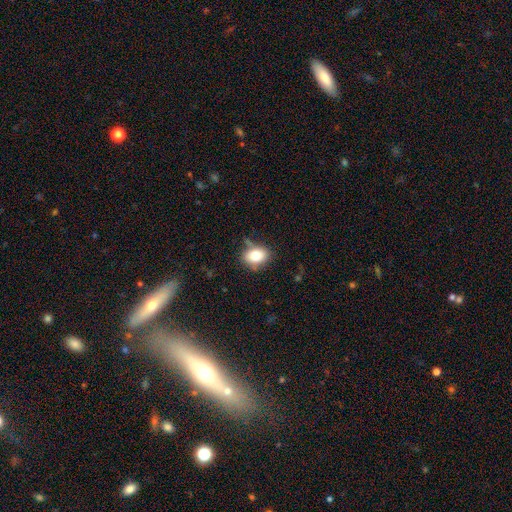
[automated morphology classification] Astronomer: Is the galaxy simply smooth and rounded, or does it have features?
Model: smooth — 79%.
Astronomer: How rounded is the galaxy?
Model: in between — 66%.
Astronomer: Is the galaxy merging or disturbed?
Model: none — 72%.